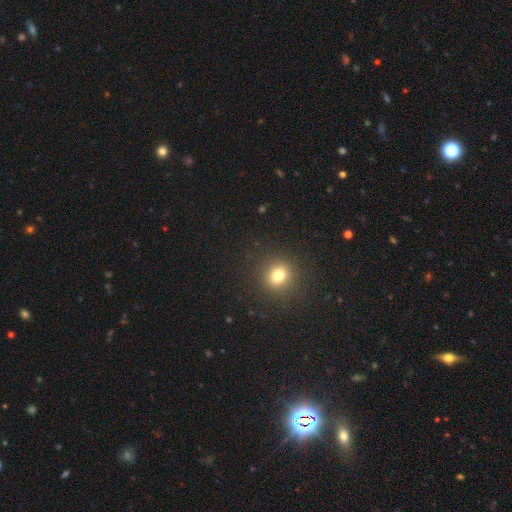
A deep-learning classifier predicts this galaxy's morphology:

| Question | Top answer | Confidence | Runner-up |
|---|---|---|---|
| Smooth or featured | smooth | 63% | star or artifact (30%) |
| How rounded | round | 92% | in between (7%) |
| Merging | none | 92% | minor disturbance (5%) |